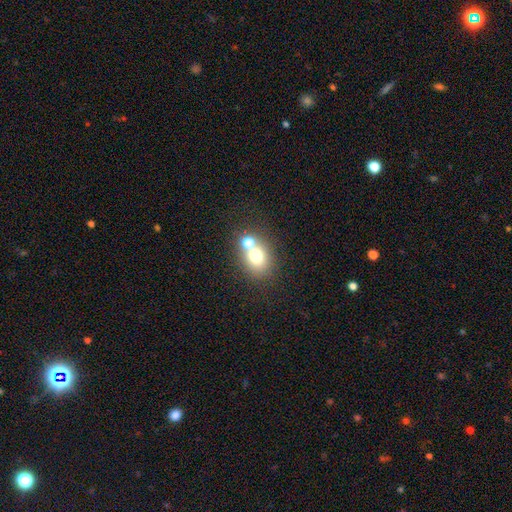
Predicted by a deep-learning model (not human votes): Smooth or featured: smooth — 70% (featured or disk — 16%)
How rounded: round — 62% (in between — 37%)
Merging: none — 45% (merger — 44%)